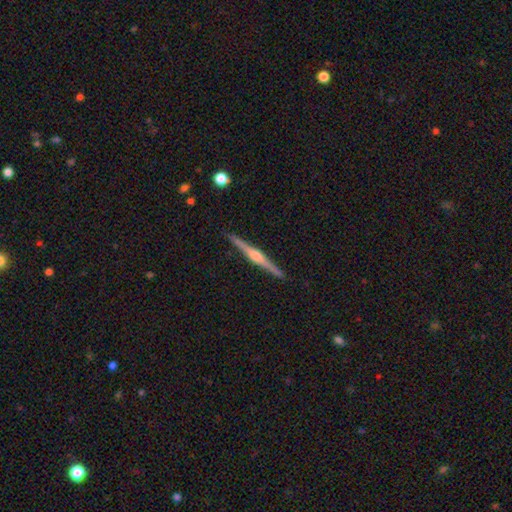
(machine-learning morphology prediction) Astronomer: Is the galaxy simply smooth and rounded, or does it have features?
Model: featured or disk — 84%.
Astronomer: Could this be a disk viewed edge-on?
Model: yes — 99%.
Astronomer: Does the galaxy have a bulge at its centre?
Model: rounded — 88%.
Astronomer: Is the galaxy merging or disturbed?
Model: none — 92%.